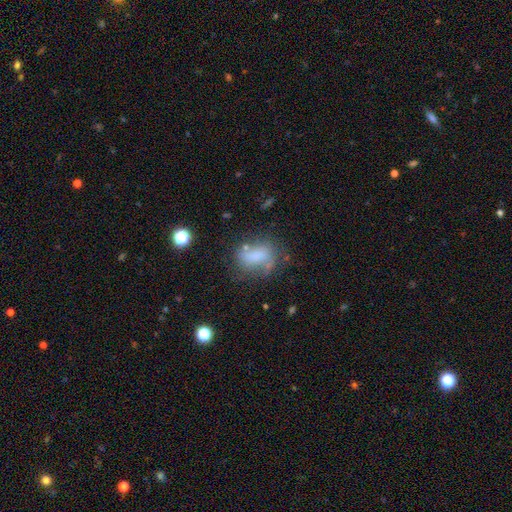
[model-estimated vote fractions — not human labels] Morphology: type=smooth (60%); roundness=in between (77%); merging=none (46%).